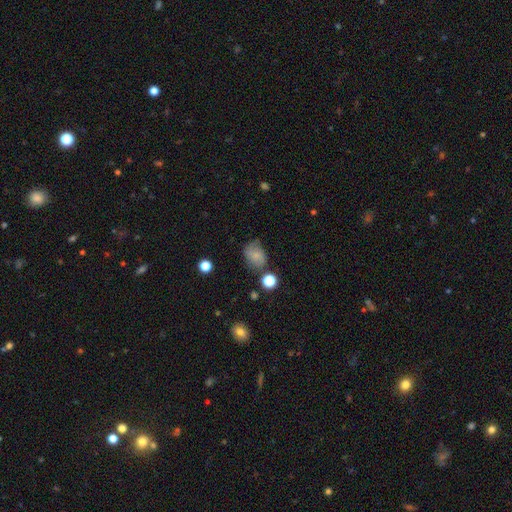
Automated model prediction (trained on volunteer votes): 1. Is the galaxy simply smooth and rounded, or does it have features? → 72% smooth, 16% featured or disk, 12% star or artifact.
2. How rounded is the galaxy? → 59% in between, 39% round, 1% cigar-shaped.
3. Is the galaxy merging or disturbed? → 60% none, 26% minor disturbance, 9% major disturbance, 5% merger.